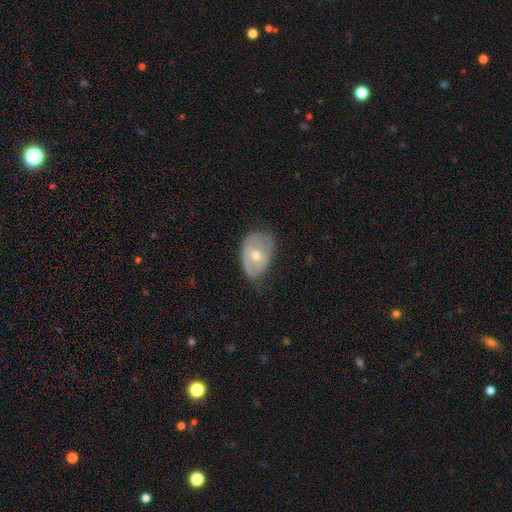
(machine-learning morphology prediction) Overall: featured or disk (47%; smooth 46%). Merging: none (45%; minor disturbance 39%).